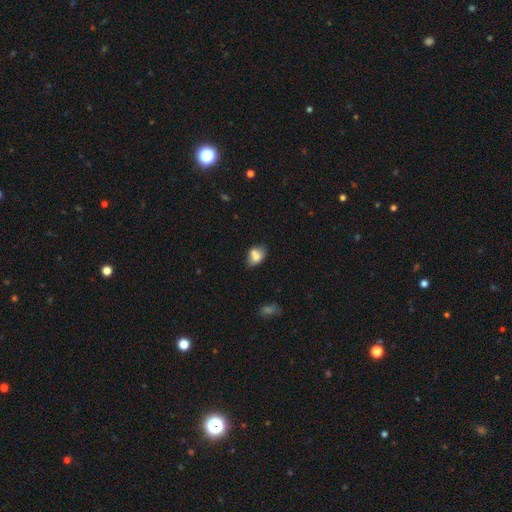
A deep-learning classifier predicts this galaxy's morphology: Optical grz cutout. It shows a smooth galaxy with no disk features (74%) that is in between round and cigar-shaped (71%). Merging: none (42%).